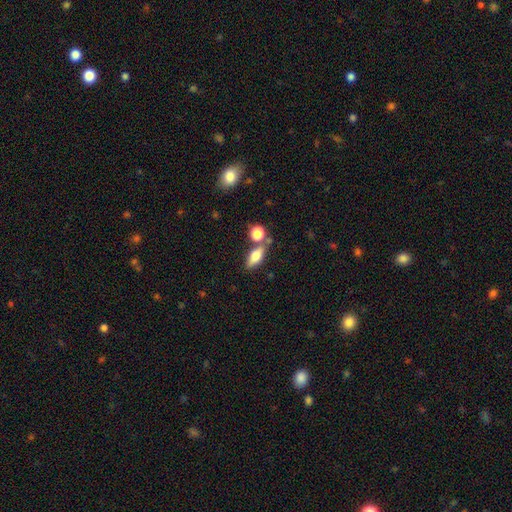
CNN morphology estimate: Smooth or featured?
  - smooth: 70% *
  - featured or disk: 21%
  - star or artifact: 9%
How rounded?
  - in between: 72% *
  - cigar-shaped: 18%
  - round: 9%
Merging?
  - none: 59% *
  - merger: 25%
  - minor disturbance: 12%
  - major disturbance: 4%